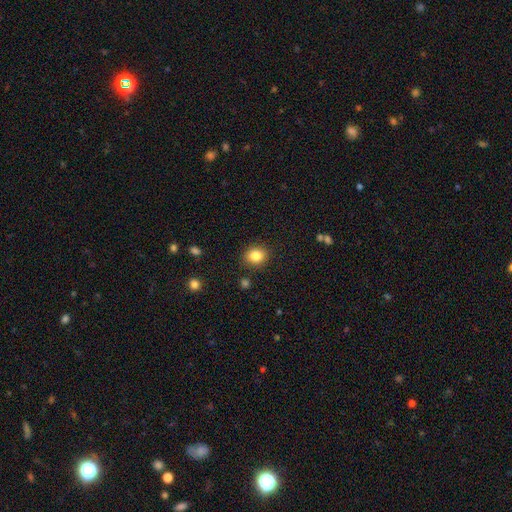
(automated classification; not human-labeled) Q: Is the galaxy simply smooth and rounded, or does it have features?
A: smooth — 84%.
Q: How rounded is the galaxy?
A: round — 61%.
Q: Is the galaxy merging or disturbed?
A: none — 87%.